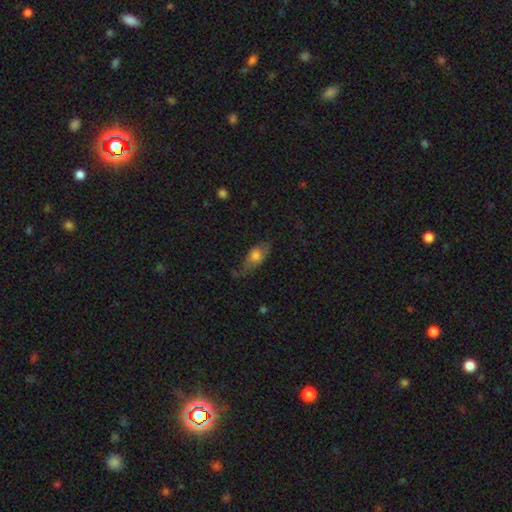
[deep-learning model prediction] This appears to be a smooth galaxy with no disk features (70%) that is in between round and cigar-shaped (80%). Merging: none (60%).